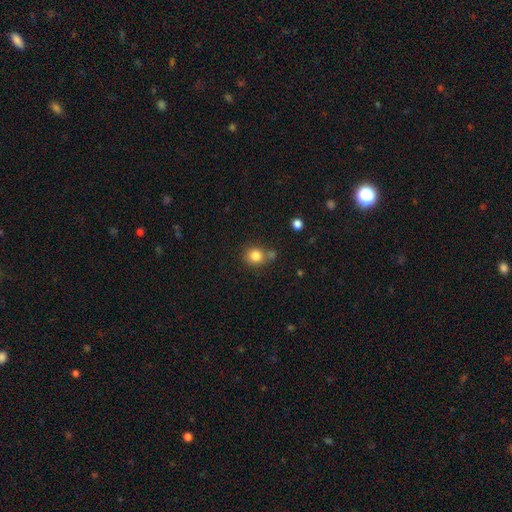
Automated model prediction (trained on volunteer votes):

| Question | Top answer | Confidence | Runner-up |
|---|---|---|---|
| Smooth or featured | smooth | 83% | star or artifact (11%) |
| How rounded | round | 83% | in between (16%) |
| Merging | none | 65% | merger (18%) |